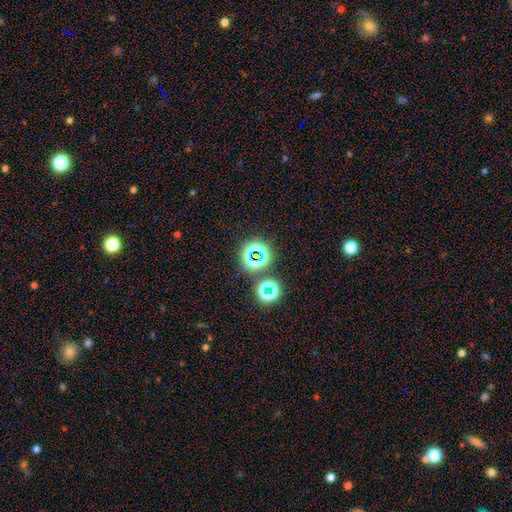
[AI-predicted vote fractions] The model was most divided on "smooth or featured": star or artifact: 65%, smooth: 25%, featured or disk: 10%.